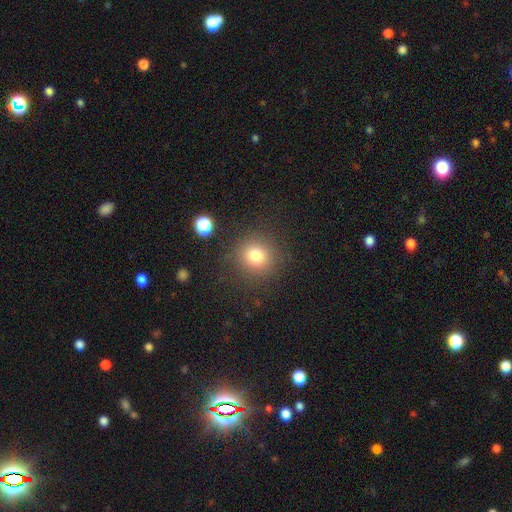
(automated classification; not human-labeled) Smooth or featured? smooth (78%)
How rounded? round (90%)
Merging? none (86%)